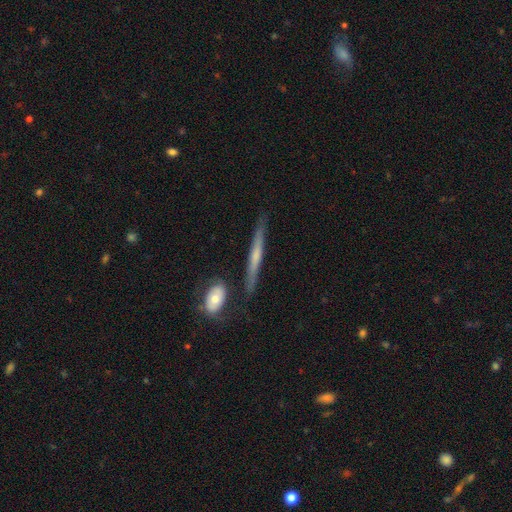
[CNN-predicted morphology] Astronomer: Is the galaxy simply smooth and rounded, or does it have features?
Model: featured or disk — 55% (runner-up: smooth, 39%).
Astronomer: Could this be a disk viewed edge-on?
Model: yes — 92%.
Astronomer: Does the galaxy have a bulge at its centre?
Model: none — 60%.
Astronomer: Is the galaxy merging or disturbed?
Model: none — 80%.